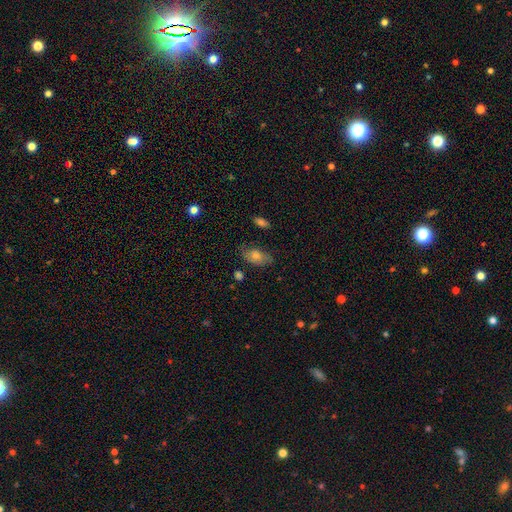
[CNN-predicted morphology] Smooth or featured?
  - smooth: 60% *
  - featured or disk: 27%
  - star or artifact: 13%
How rounded?
  - in between: 88% *
  - round: 8%
  - cigar-shaped: 4%
Merging?
  - none: 72% *
  - minor disturbance: 20%
  - major disturbance: 5%
  - merger: 2%